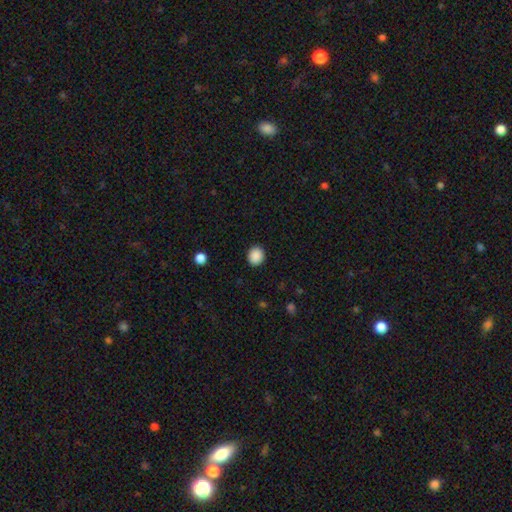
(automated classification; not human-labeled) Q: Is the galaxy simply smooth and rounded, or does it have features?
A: smooth — 89%.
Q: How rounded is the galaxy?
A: round — 77%.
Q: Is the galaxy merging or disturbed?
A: none — 91%.